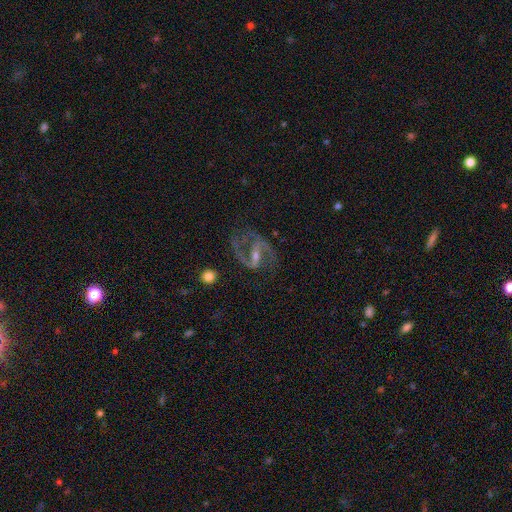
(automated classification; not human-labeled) This appears to be a featured or disk galaxy (90%) with a strong bar (45%), 2 (92%) medium (57%) spiral arms (96%) and a small central bulge (54%). Merging: none (70%).